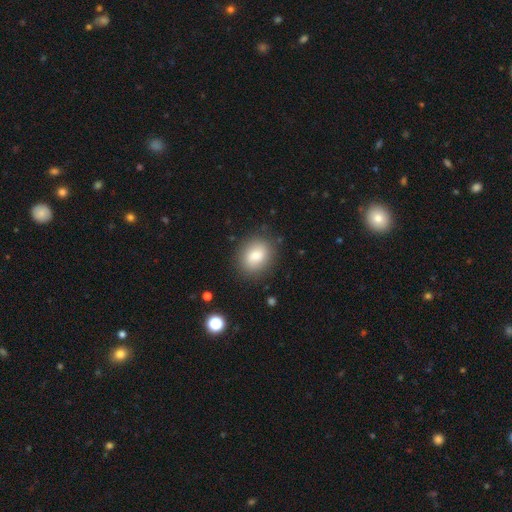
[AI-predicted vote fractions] smooth-or-featured: smooth: 82% | featured or disk: 10% | star or artifact: 8%
  how-rounded: round: 50% | in between: 49% | cigar-shaped: 1%
  merging: none: 83% | minor disturbance: 11% | major disturbance: 4% | merger: 2%